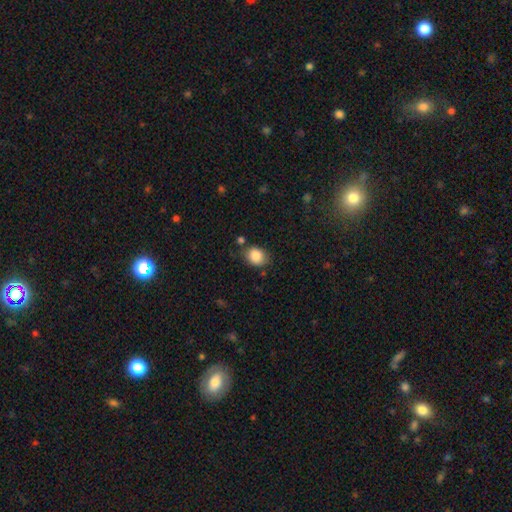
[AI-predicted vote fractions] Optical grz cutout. It shows a smooth galaxy with no disk features (86%) that is in between round and cigar-shaped (52%). Merging: none (72%).